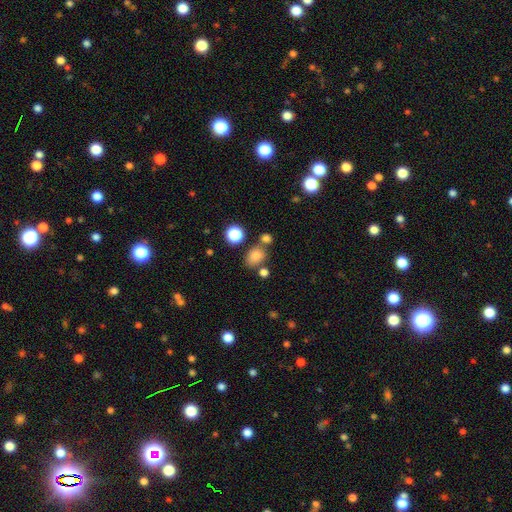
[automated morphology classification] The model was most divided on "how rounded": in between: 64%, round: 35%, cigar-shaped: 1%. More confident: smooth or featured — smooth (80%); merging — none (63%).